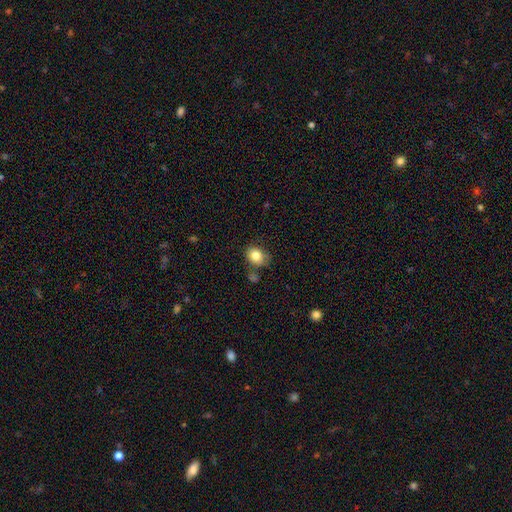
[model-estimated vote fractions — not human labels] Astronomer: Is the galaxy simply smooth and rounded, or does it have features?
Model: smooth — 84%.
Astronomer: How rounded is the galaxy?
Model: in between — 52% (runner-up: round, 47%).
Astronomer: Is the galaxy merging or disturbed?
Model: none — 70%.